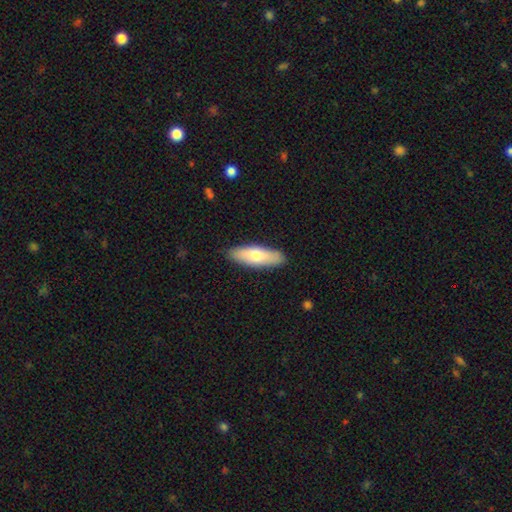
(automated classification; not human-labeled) A smooth galaxy with no disk features (70%) that is in between round and cigar-shaped (55%).

Vote fractions:
- Smooth or featured? smooth: 70% / featured or disk: 24% / star or artifact: 5%
- How rounded? in between: 55% / cigar-shaped: 43% / round: 2%
- Merging? none: 88% / minor disturbance: 9% / major disturbance: 2% / merger: 1%